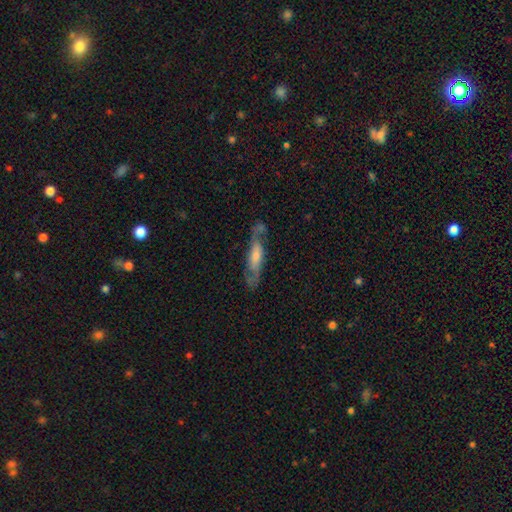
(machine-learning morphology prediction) This is likely a featured or disk galaxy (63%). It is possibly not viewed edge-on (59%). Merging: likely none (66%).